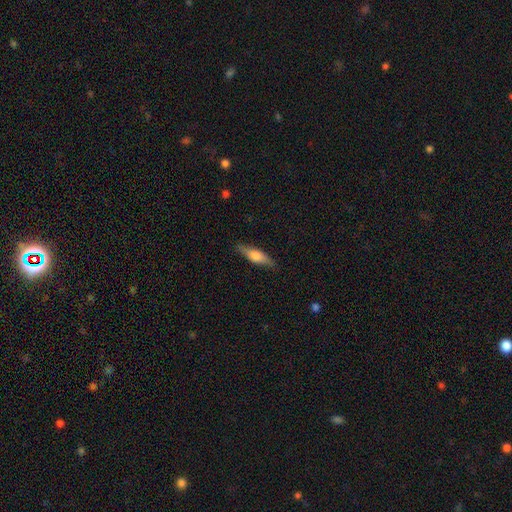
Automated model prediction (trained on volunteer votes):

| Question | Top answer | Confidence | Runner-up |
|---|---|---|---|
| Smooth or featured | smooth | 59% | featured or disk (36%) |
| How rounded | cigar-shaped | 57% | in between (40%) |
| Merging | none | 84% | minor disturbance (12%) |